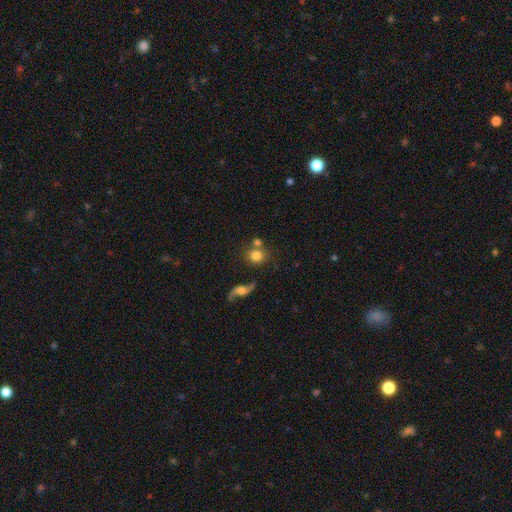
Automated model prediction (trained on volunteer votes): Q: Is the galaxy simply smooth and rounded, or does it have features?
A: smooth — 75%.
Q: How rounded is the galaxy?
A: round — 87%.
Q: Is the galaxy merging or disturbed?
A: none — 65%.